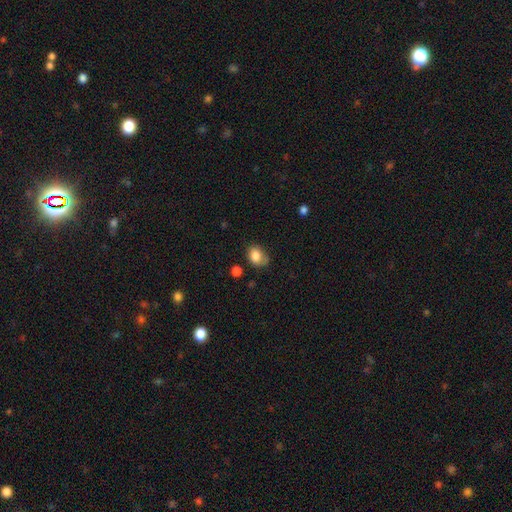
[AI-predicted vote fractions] Smooth or featured? Predicted: smooth (p=0.82). How rounded? Predicted: in between (p=0.59). Merging? Predicted: none (p=0.55).